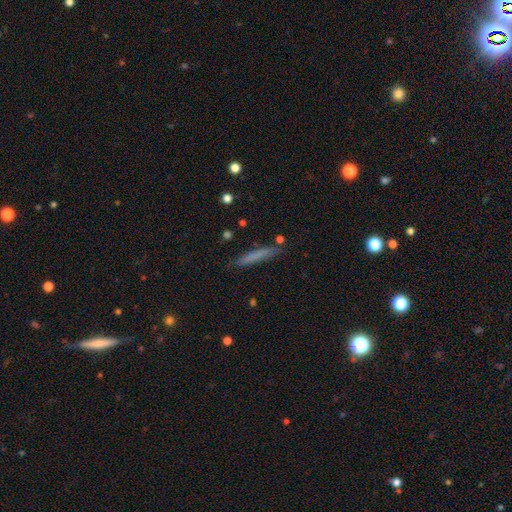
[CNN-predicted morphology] Smooth or featured? Predicted: smooth (p=0.71). How rounded? Predicted: cigar-shaped (p=0.95). Merging? Predicted: none (p=0.85).